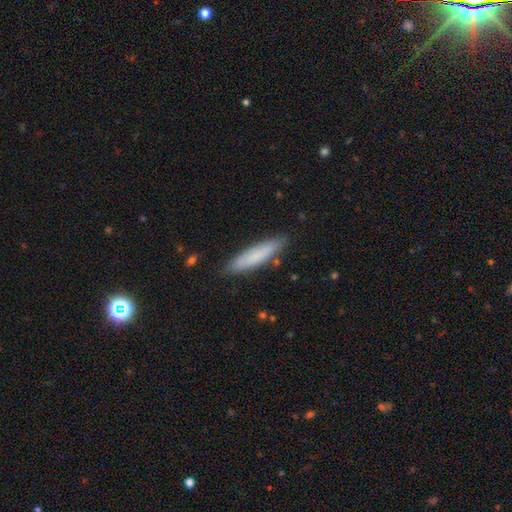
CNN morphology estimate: Q: Smooth or featured?
A: smooth (78%); runner-up: featured or disk (16%)
Q: How rounded?
A: cigar-shaped (83%); runner-up: in between (15%)
Q: Merging?
A: none (85%); runner-up: minor disturbance (11%)